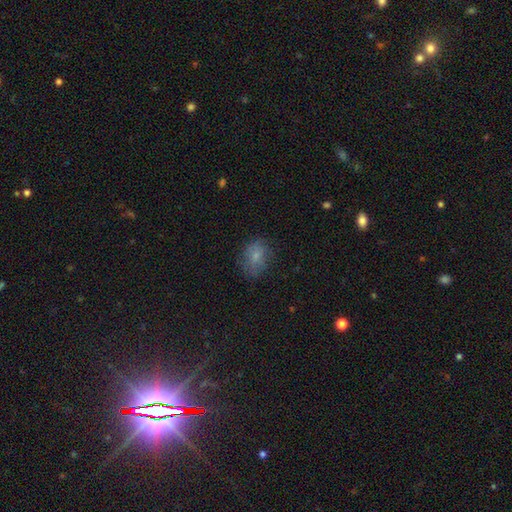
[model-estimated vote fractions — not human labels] This is likely a smooth galaxy (76%). How rounded: likely in between (62%). Merging: likely none (70%).